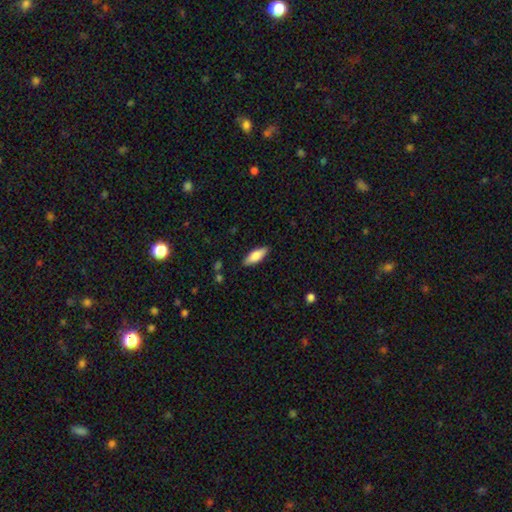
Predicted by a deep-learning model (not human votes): A smooth galaxy with no disk features (78%) that is in between round and cigar-shaped (70%).

Vote fractions:
- Smooth or featured? smooth: 78% / featured or disk: 17% / star or artifact: 6%
- How rounded? in between: 70% / cigar-shaped: 28% / round: 2%
- Merging? none: 87% / minor disturbance: 10% / major disturbance: 2% / merger: 1%